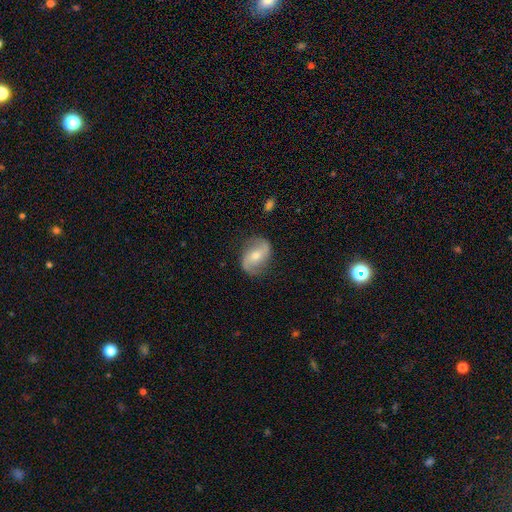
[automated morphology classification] smooth-or-featured: featured or disk: 79% | smooth: 15% | star or artifact: 7%
  disk-edge-on: no: 97% | yes: 3%
    bar: no: 47% | weak: 35% | strong: 18%
    has-spiral-arms: yes: 94% | no: 6%
      spiral-winding: loose: 54% | medium: 33% | tight: 13%
      spiral-arm-count: 2: 92% | can't tell: 3% | 1: 2% | 3: 1% | 4: 1% | more than 4: 1%
    bulge-size: moderate: 54% | small: 42% | large: 2% | none: 1% | dominant: 1%
  merging: none: 82% | minor disturbance: 13% | major disturbance: 4% | merger: 1%